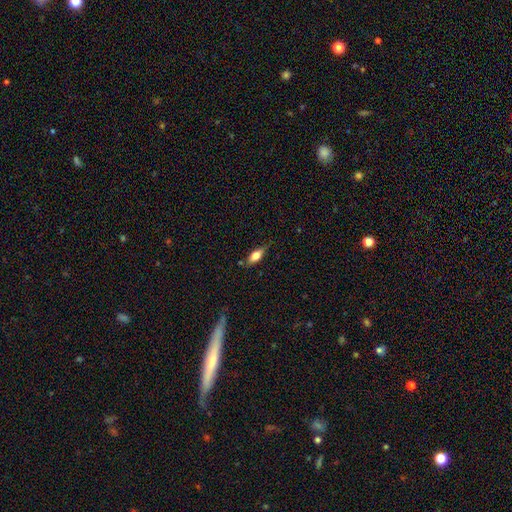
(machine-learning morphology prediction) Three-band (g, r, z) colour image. It shows a smooth galaxy with no disk features (68%) that is in between round and cigar-shaped (73%). Merging: none (72%).